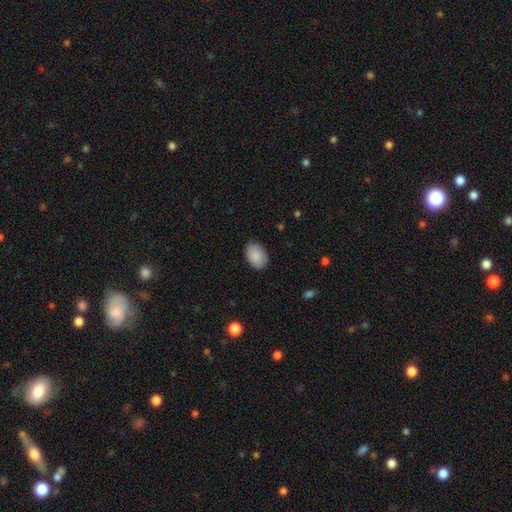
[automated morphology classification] smooth-or-featured: smooth: 88% | star or artifact: 6% | featured or disk: 5%
  how-rounded: in between: 86% | round: 13% | cigar-shaped: 1%
  merging: none: 84% | minor disturbance: 12% | major disturbance: 2% | merger: 1%